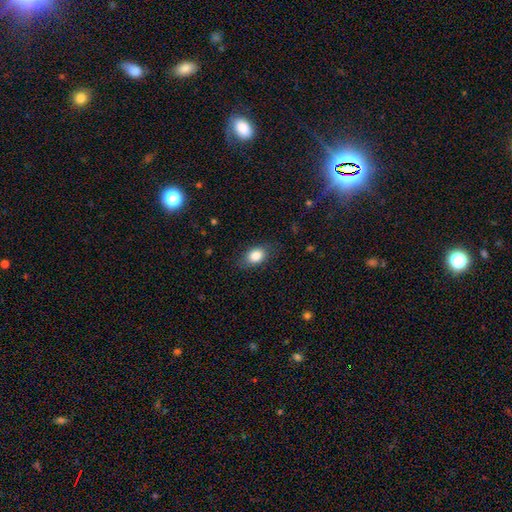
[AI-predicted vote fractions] Smooth or featured: smooth — 84% (star or artifact — 8%)
How rounded: in between — 76% (round — 22%)
Merging: none — 79% (minor disturbance — 16%)